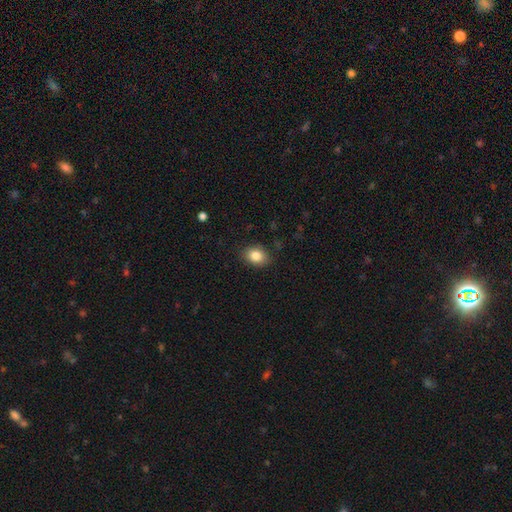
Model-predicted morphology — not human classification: type=smooth (84%); roundness=in between (65%); merging=none (86%).